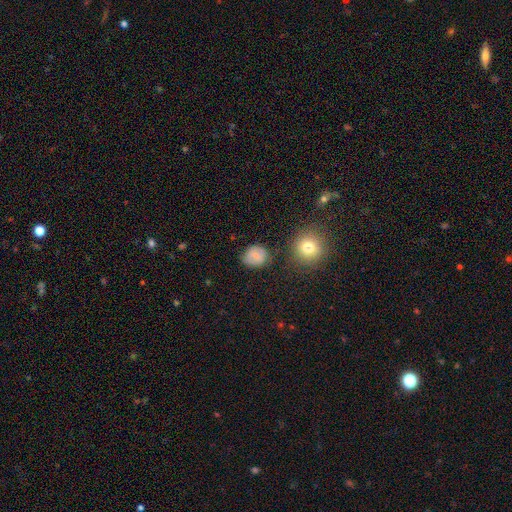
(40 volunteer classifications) Overall: smooth (62%; featured or disk 28%). How rounded: round (68%; in between 32%). Merging: none (61%; minor disturbance 28%).